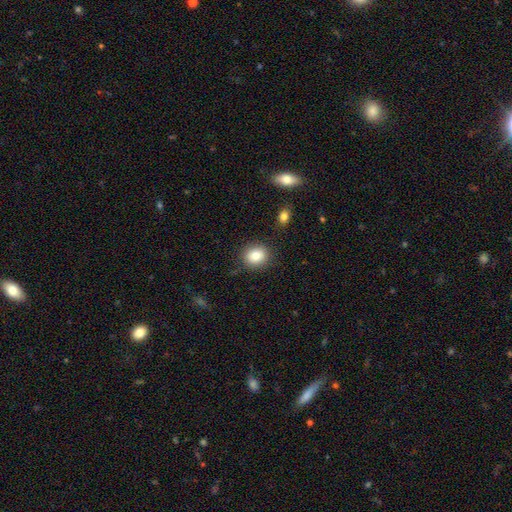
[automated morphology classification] Smooth or featured? smooth (81%)
How rounded? round (75%)
Merging? none (85%)